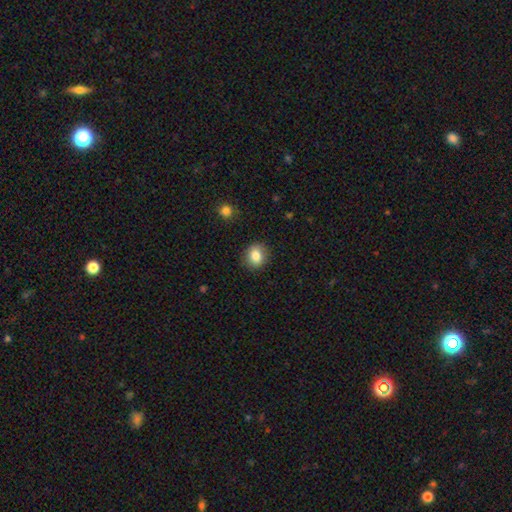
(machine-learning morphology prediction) Smooth or featured? smooth (83%)
How rounded? round (74%)
Merging? none (88%)